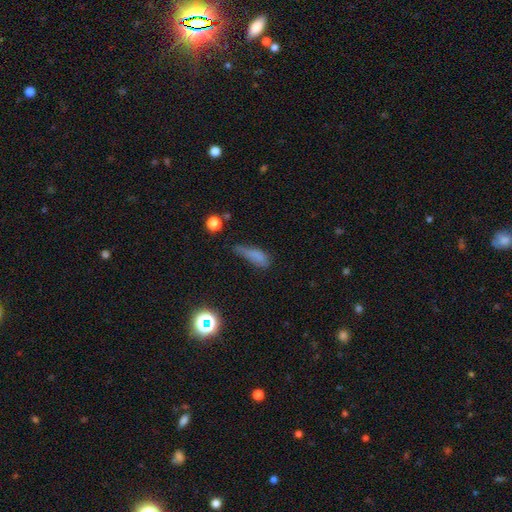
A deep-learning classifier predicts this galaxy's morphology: Smooth or featured?
  - smooth: 71% *
  - star or artifact: 16%
  - featured or disk: 14%
How rounded?
  - cigar-shaped: 49% *
  - in between: 46%
  - round: 5%
Merging?
  - minor disturbance: 39% *
  - none: 34%
  - major disturbance: 23%
  - merger: 5%